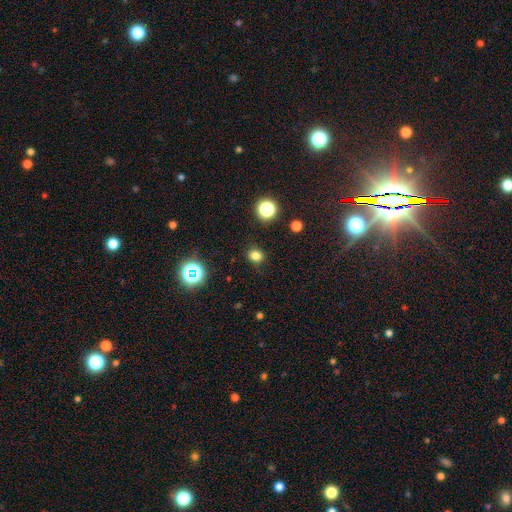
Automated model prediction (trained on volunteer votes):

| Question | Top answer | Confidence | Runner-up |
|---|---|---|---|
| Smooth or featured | smooth | 78% | star or artifact (17%) |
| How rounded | round | 72% | in between (27%) |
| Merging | none | 87% | minor disturbance (9%) |